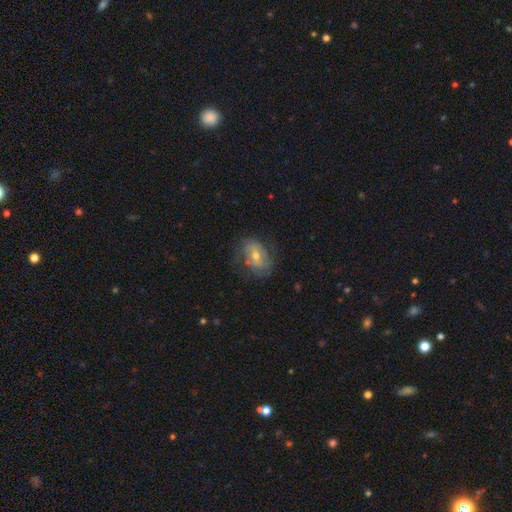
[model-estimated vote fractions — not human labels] Overall: featured or disk (52%; smooth 39%). Edge-on disk: no (93%). Merging: none (63%; minor disturbance 23%).